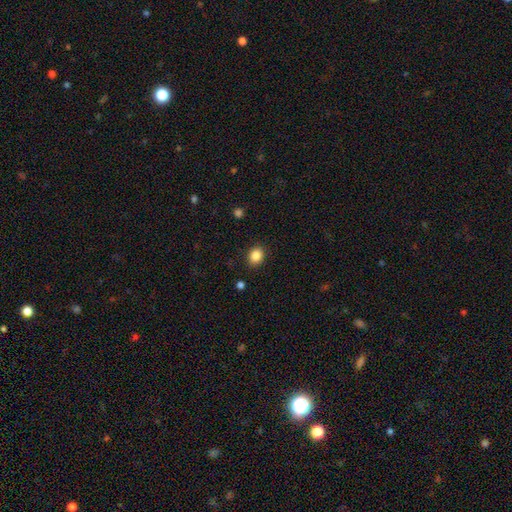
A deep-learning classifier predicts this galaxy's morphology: Q: Smooth or featured?
A: smooth (86%); runner-up: star or artifact (10%)
Q: How rounded?
A: round (54%); runner-up: in between (45%)
Q: Merging?
A: none (89%); runner-up: minor disturbance (8%)